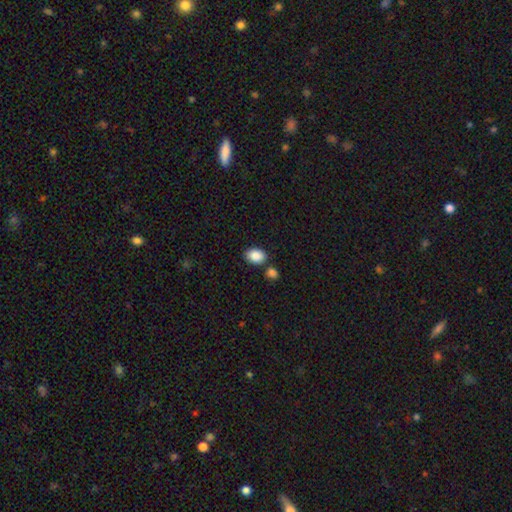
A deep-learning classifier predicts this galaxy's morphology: type=smooth (89%); roundness=in between (80%); merging=none (74%).